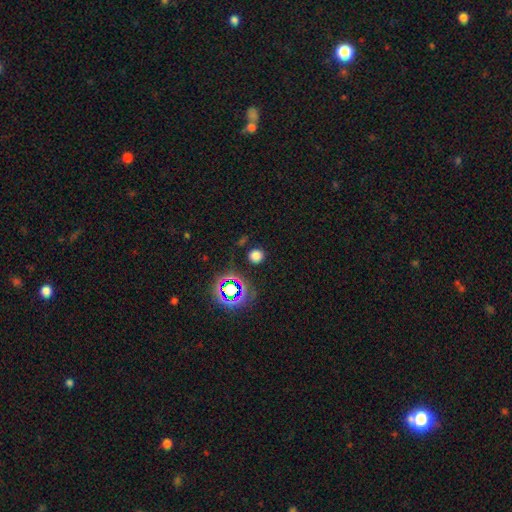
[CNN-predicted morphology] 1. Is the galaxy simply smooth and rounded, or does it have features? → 71% smooth, 24% star or artifact, 6% featured or disk.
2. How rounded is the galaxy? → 90% round, 9% in between, 1% cigar-shaped.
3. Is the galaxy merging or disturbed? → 86% none, 8% minor disturbance, 3% major disturbance, 3% merger.